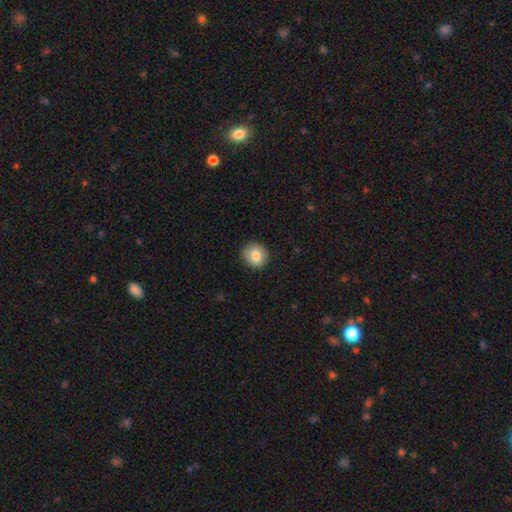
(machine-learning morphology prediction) smooth_or_featured: smooth (p=0.81) [alt: featured or disk p=0.11]
how_rounded: round (p=0.80) [alt: in between p=0.19]
merging: none (p=0.88) [alt: minor disturbance p=0.09]